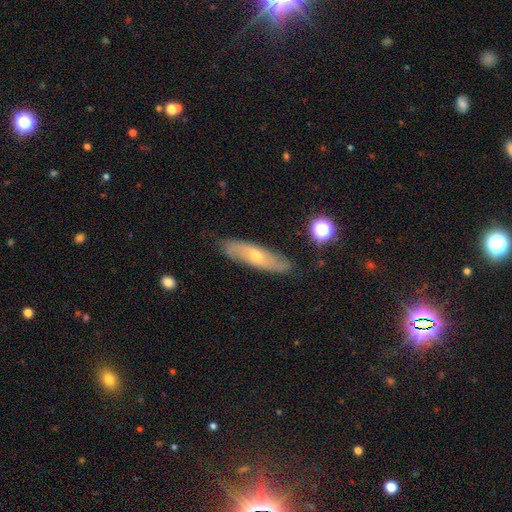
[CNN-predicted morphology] Smooth or featured? featured or disk (55%)
Edge-on disk? no (62%)
Merging? none (84%)